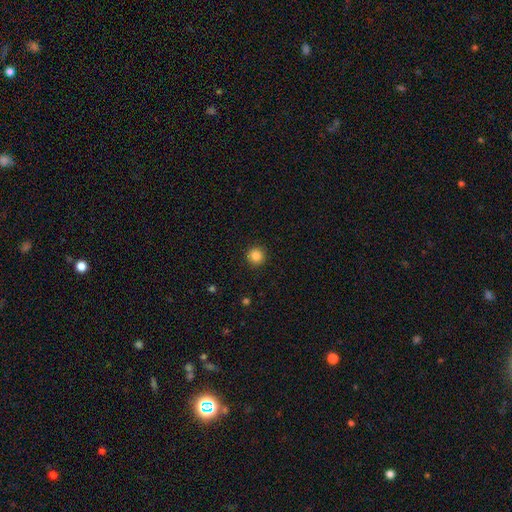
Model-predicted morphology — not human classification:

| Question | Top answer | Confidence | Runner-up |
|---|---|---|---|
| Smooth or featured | smooth | 85% | star or artifact (11%) |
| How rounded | round | 95% | in between (4%) |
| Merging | none | 92% | minor disturbance (5%) |